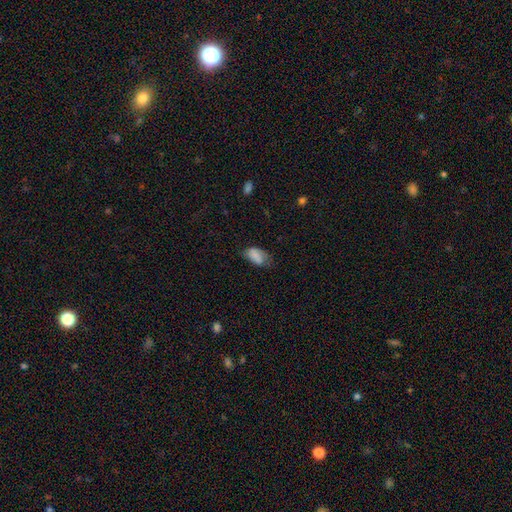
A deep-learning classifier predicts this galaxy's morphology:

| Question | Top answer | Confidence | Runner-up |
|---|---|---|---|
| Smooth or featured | smooth | 81% | featured or disk (11%) |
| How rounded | in between | 92% | round (6%) |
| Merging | none | 46% | minor disturbance (36%) |